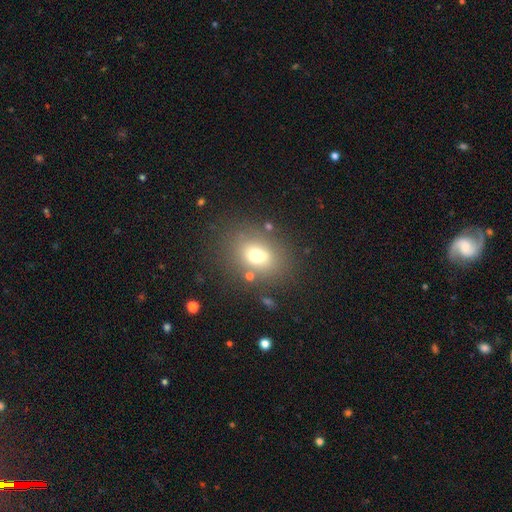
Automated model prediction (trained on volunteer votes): This appears to be a smooth galaxy with no disk features (68%) that is in between round and cigar-shaped (63%). Merging: none (72%).